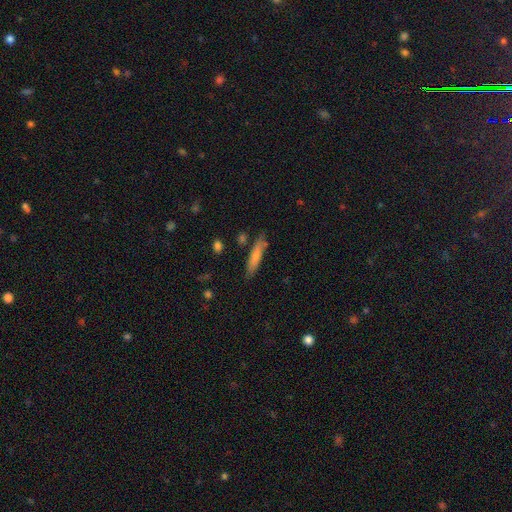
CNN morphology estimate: smooth 71%, featured or disk 23%, star or artifact 6%. Down the decision tree: how rounded — cigar-shaped (84%); merging — none (78%).